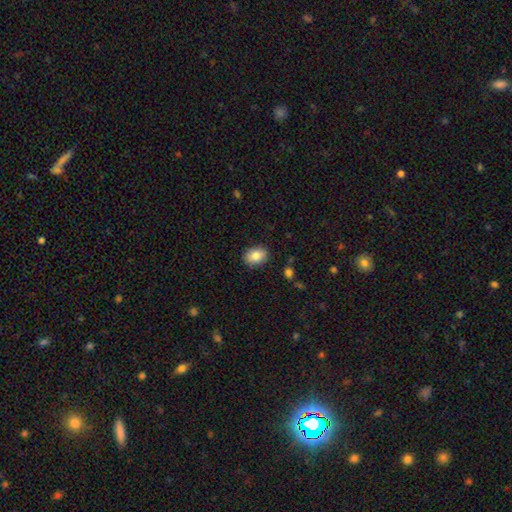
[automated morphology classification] The model was most divided on "how rounded": in between: 67%, round: 32%, cigar-shaped: 1%. More confident: merging — none (88%); smooth or featured — smooth (84%).